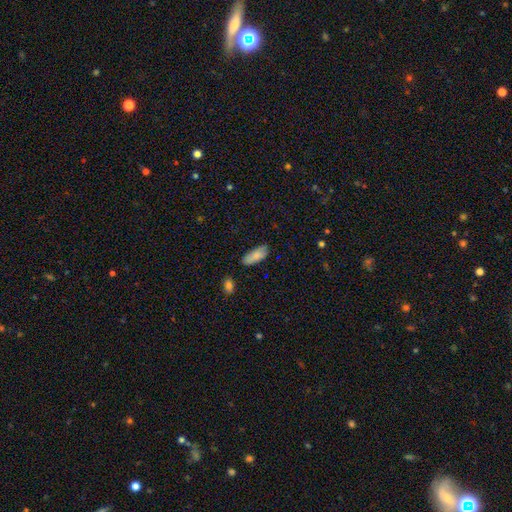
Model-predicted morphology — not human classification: Smooth or featured?
  - smooth: 85% *
  - featured or disk: 9%
  - star or artifact: 6%
How rounded?
  - in between: 80% *
  - cigar-shaped: 18%
  - round: 2%
Merging?
  - none: 76% *
  - minor disturbance: 18%
  - major disturbance: 3%
  - merger: 2%